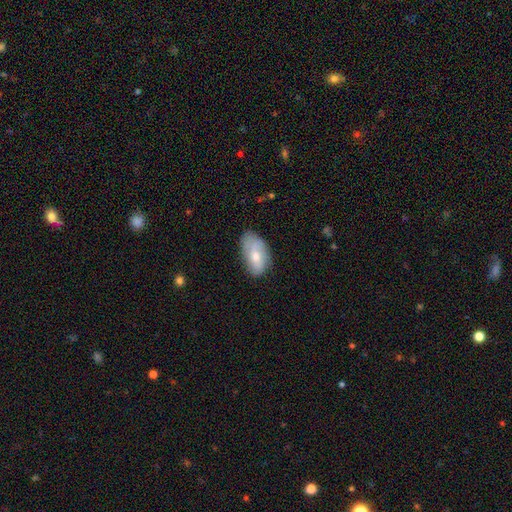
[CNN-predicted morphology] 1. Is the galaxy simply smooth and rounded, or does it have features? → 67% smooth, 26% featured or disk, 7% star or artifact.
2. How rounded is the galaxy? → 93% in between, 4% round, 3% cigar-shaped.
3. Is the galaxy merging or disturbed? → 61% none, 29% minor disturbance, 7% major disturbance, 2% merger.